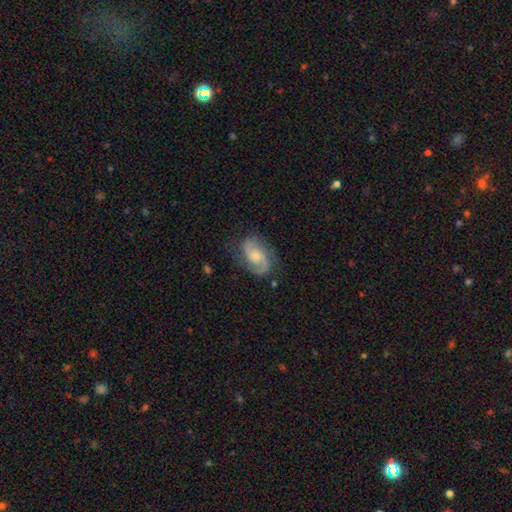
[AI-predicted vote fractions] smooth-or-featured: featured or disk: 83% | smooth: 11% | star or artifact: 6%
  disk-edge-on: no: 98% | yes: 2%
    bar: no: 60% | weak: 34% | strong: 6%
    has-spiral-arms: yes: 97% | no: 3%
      spiral-winding: medium: 52% | tight: 26% | loose: 22%
      spiral-arm-count: 2: 88% | can't tell: 4% | 1: 4% | 3: 2% | 4: 1% | more than 4: 1%
    bulge-size: small: 44% | moderate: 41% | none: 9% | large: 5% | dominant: 1%
  merging: none: 72% | minor disturbance: 19% | major disturbance: 8% | merger: 1%